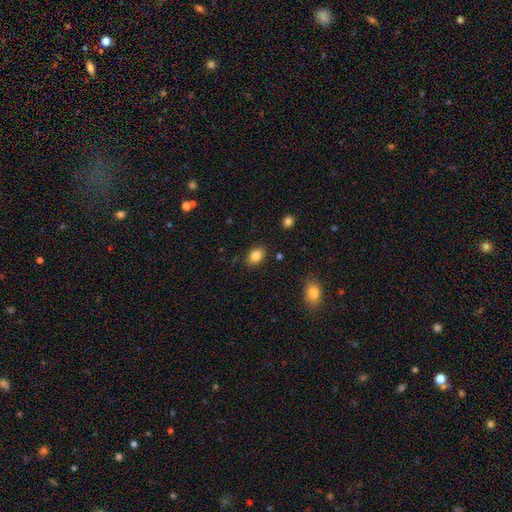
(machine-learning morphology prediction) smooth_or_featured: smooth (p=0.84) [alt: star or artifact p=0.09]
how_rounded: in between (p=0.78) [alt: round p=0.20]
merging: none (p=0.84) [alt: minor disturbance p=0.11]